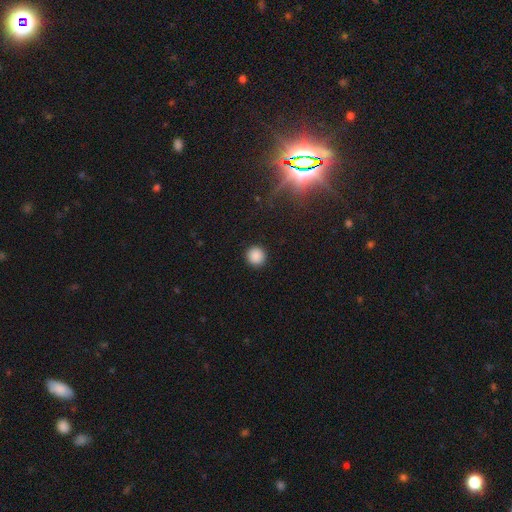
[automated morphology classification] A smooth galaxy with no disk features (87%) that is round (94%). Merging: none (92%).